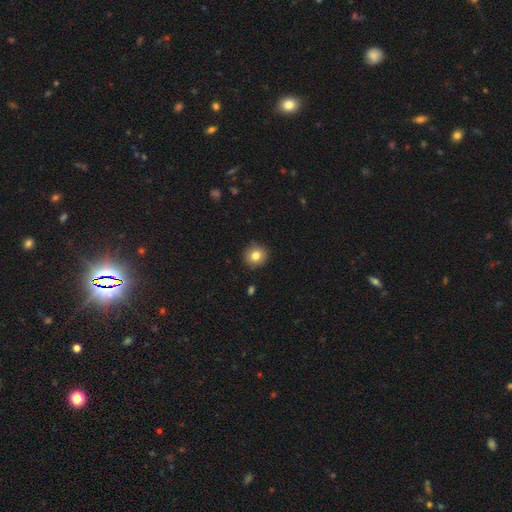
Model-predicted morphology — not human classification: Q: Smooth or featured?
A: smooth (81%); runner-up: star or artifact (10%)
Q: How rounded?
A: round (90%); runner-up: in between (9%)
Q: Merging?
A: none (90%); runner-up: minor disturbance (7%)